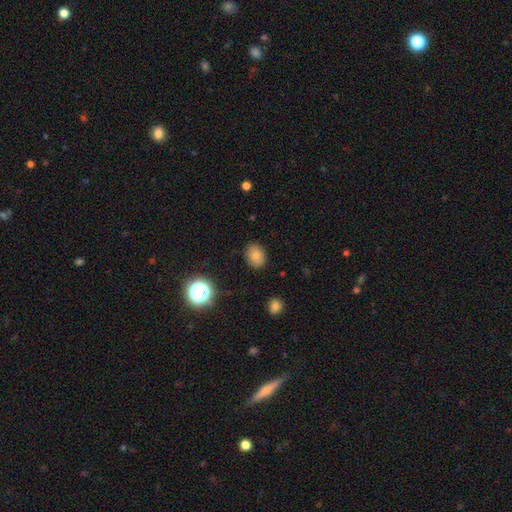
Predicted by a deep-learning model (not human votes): A smooth galaxy with no disk features (80%) that is in between round and cigar-shaped (65%).

Vote fractions:
- Smooth or featured? smooth: 80% / star or artifact: 13% / featured or disk: 7%
- How rounded? in between: 65% / round: 34% / cigar-shaped: 1%
- Merging? none: 87% / minor disturbance: 9% / major disturbance: 3% / merger: 1%